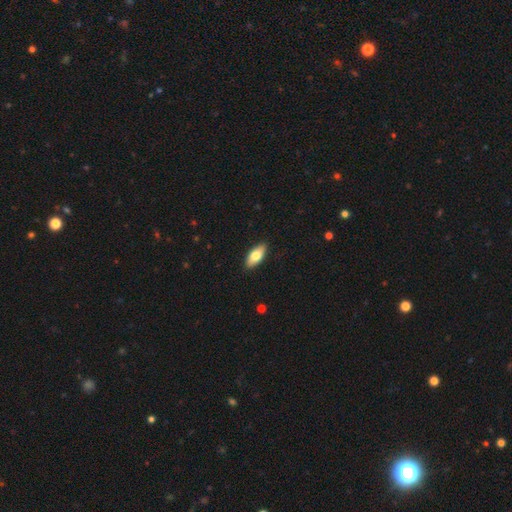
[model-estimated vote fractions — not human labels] Morphology: type=smooth (76%); roundness=in between (85%); merging=none (89%).